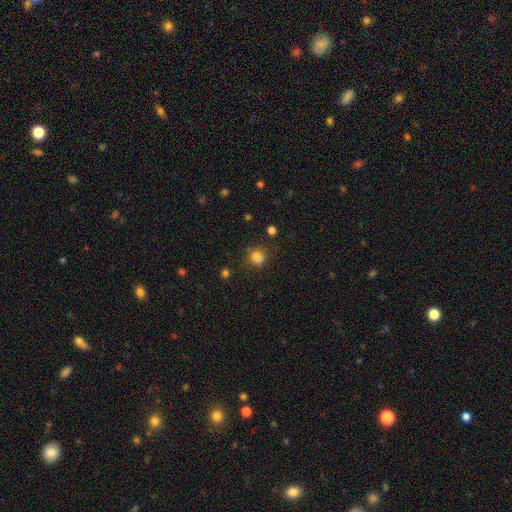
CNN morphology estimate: This is likely a smooth galaxy (78%). How rounded: likely round (78%). Merging: likely none (64%).